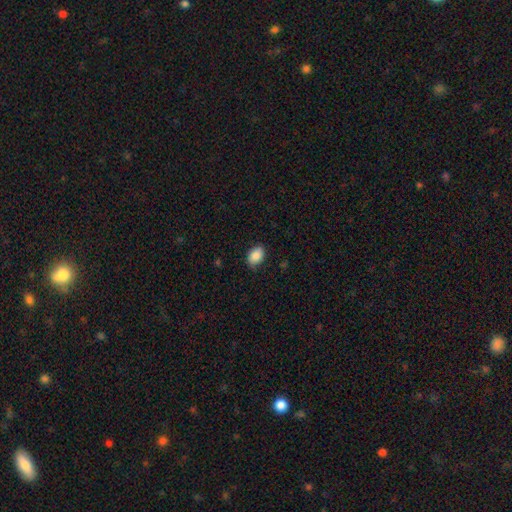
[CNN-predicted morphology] Q: Smooth or featured?
A: smooth (87%); runner-up: star or artifact (7%)
Q: How rounded?
A: in between (78%); runner-up: round (21%)
Q: Merging?
A: none (79%); runner-up: minor disturbance (17%)